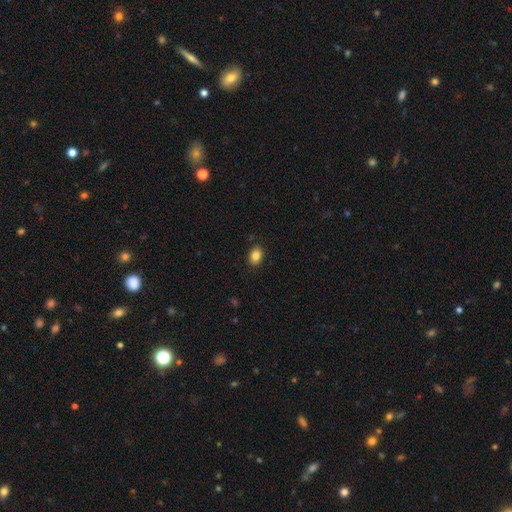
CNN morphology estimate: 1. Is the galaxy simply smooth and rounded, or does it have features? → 86% smooth, 9% star or artifact, 5% featured or disk.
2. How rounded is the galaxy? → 70% in between, 29% round, 1% cigar-shaped.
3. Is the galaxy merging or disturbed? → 89% none, 8% minor disturbance, 2% major disturbance, 1% merger.